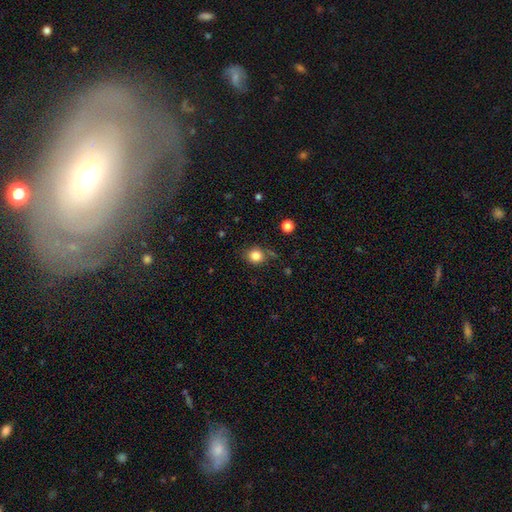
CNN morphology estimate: This appears to be a smooth galaxy with no disk features (82%) that is round (82%). Merging: none (75%).